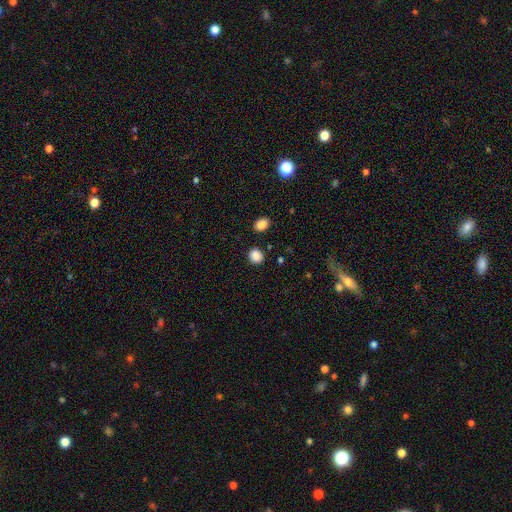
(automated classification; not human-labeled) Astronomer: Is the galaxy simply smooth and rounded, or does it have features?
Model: smooth — 88%.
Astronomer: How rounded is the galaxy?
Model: round — 77%.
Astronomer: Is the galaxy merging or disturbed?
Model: none — 87%.